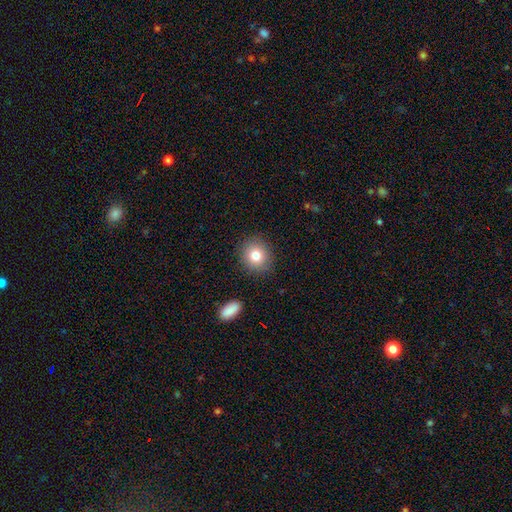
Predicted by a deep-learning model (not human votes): Overall: smooth (81%). How rounded: round (79%). Merging: none (88%).